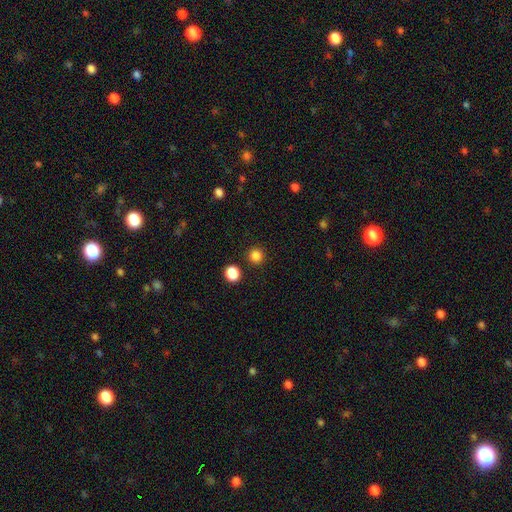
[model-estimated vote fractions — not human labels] smooth-or-featured: smooth: 84% | star or artifact: 13% | featured or disk: 3%
  how-rounded: round: 94% | in between: 5% | cigar-shaped: 1%
  merging: none: 90% | minor disturbance: 5% | merger: 3% | major disturbance: 2%